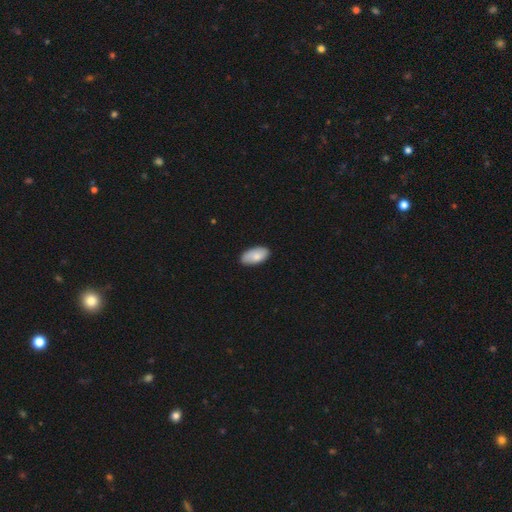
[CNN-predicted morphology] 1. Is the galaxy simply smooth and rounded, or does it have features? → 83% smooth, 11% featured or disk, 6% star or artifact.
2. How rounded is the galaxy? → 94% in between, 3% cigar-shaped, 2% round.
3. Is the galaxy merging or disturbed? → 84% none, 13% minor disturbance, 2% major disturbance, 1% merger.